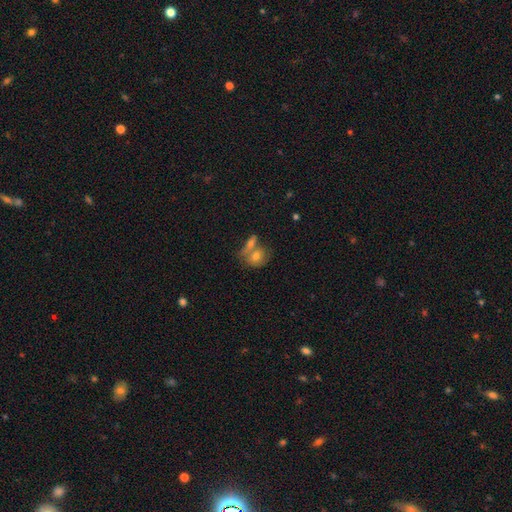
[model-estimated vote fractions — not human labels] smooth-or-featured: smooth: 69% | featured or disk: 23% | star or artifact: 9%
  how-rounded: in between: 57% | round: 41% | cigar-shaped: 3%
  merging: merger: 49% | none: 35% | minor disturbance: 11% | major disturbance: 5%